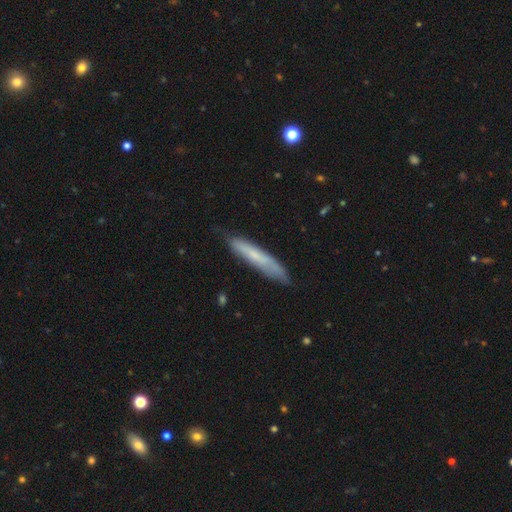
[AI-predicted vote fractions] The model was most divided on "smooth or featured": smooth: 56%, featured or disk: 37%, star or artifact: 7%. More confident: how rounded — cigar-shaped (90%); merging — none (75%).